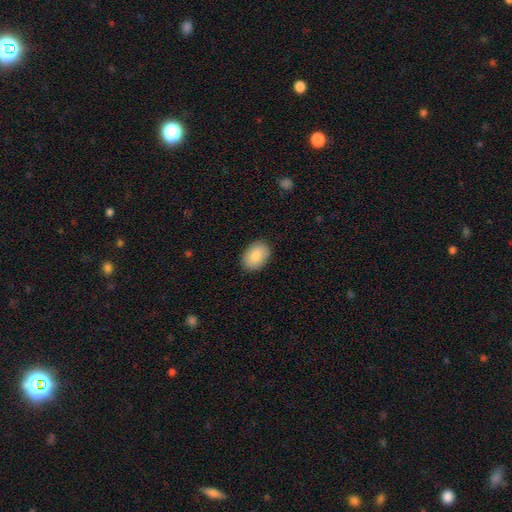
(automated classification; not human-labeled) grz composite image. It shows a smooth galaxy with no disk features (86%) that is in between round and cigar-shaped (83%). Merging: none (89%).